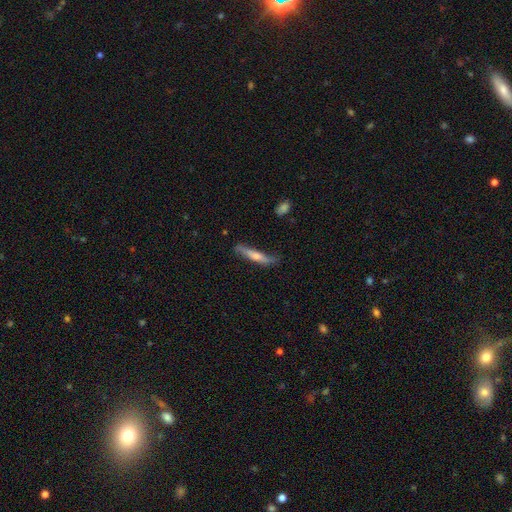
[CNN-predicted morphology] smooth-or-featured: featured or disk: 48% | smooth: 46% | star or artifact: 6%
  merging: none: 71% | minor disturbance: 22% | major disturbance: 5% | merger: 2%